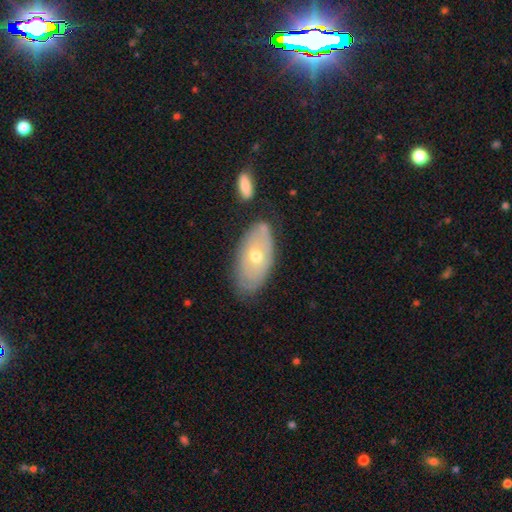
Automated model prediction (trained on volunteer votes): smooth_or_featured: featured or disk (p=0.49) [alt: smooth p=0.44]
merging: none (p=0.68) [alt: minor disturbance p=0.20]